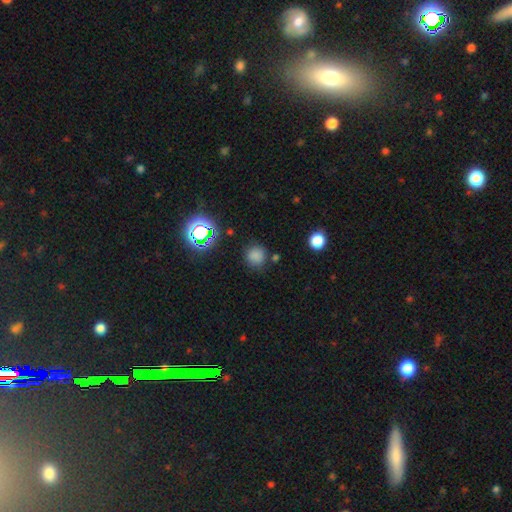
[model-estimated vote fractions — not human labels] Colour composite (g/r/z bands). It shows a smooth galaxy with no disk features (75%) that is round (90%). Merging: none (81%).